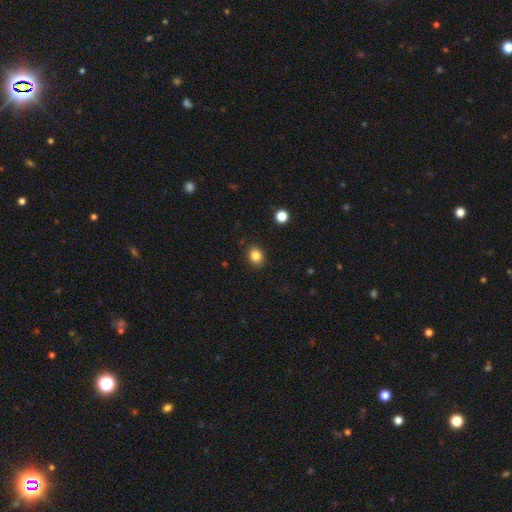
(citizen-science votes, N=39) Overall: smooth (90%). How rounded: round (60%; in between 40%). Merging: none (89%).